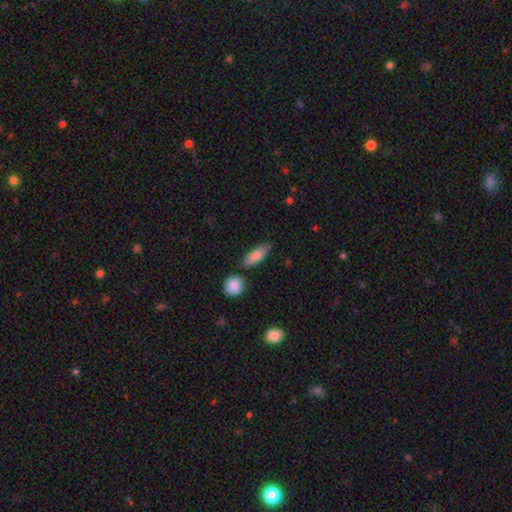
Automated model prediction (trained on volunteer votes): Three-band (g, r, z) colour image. It shows a smooth galaxy with no disk features (82%) that is in between round and cigar-shaped (71%). Merging: none (75%).